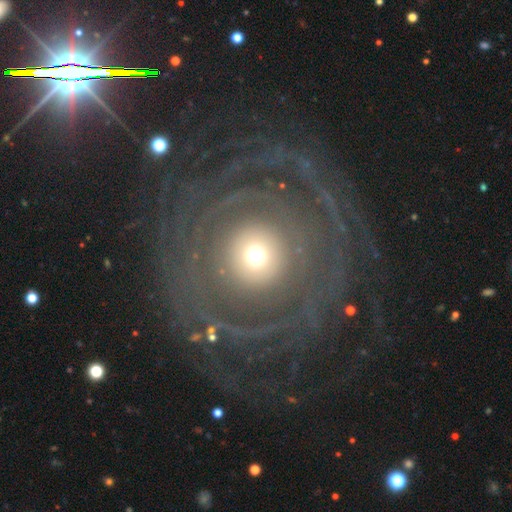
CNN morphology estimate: Overall: featured or disk (56%; smooth 30%). Edge-on disk: no (95%). Bar: no (88%). Spiral arms: yes (64%; no 36%). Bulge size: moderate (47%; small 29%). Merging: none (73%).